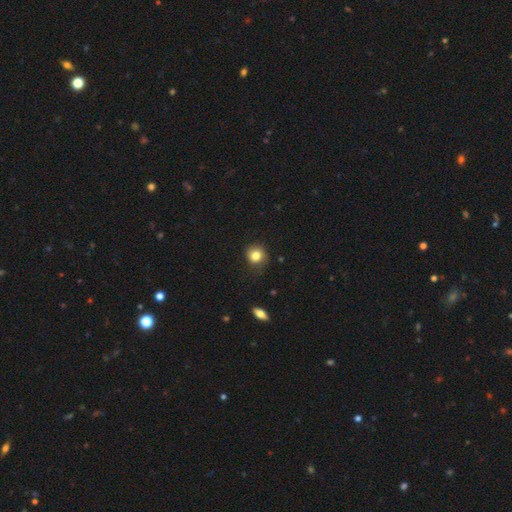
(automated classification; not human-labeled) Overall: smooth (81%). How rounded: round (78%). Merging: none (67%).